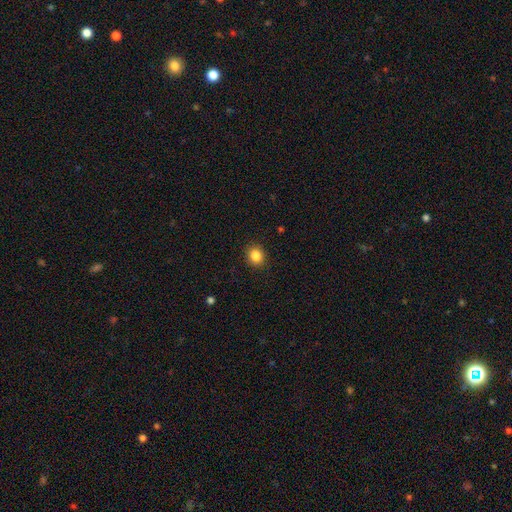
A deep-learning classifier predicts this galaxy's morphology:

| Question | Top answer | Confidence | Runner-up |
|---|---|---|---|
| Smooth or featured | smooth | 85% | star or artifact (10%) |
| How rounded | round | 73% | in between (26%) |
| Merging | none | 91% | minor disturbance (6%) |